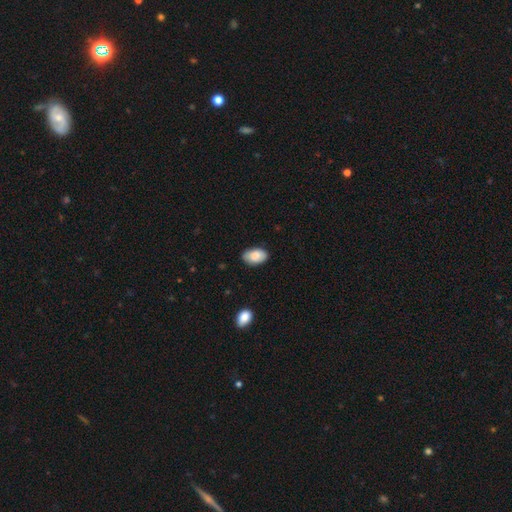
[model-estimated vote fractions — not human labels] Smooth or featured? smooth (87%)
How rounded? in between (92%)
Merging? none (83%)